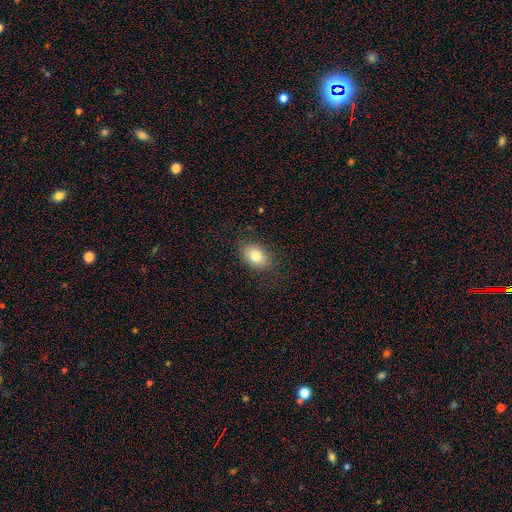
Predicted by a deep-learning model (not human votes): Smooth or featured?
  - smooth: 80% *
  - featured or disk: 11%
  - star or artifact: 9%
How rounded?
  - in between: 79% *
  - round: 20%
  - cigar-shaped: 1%
Merging?
  - none: 84% *
  - minor disturbance: 12%
  - major disturbance: 4%
  - merger: 1%